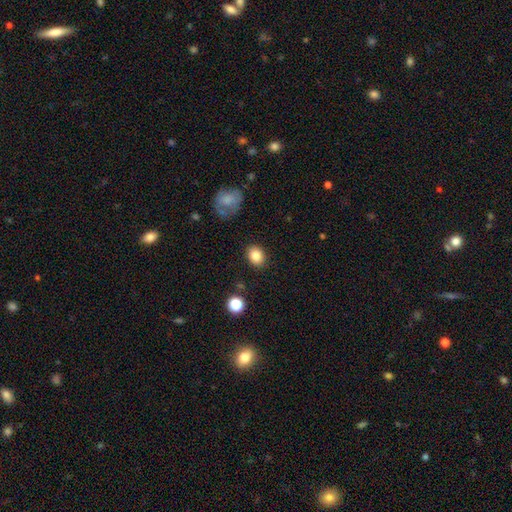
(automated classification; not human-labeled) Smooth or featured: smooth — 84% (star or artifact — 9%)
How rounded: in between — 54% (round — 45%)
Merging: none — 87% (minor disturbance — 9%)